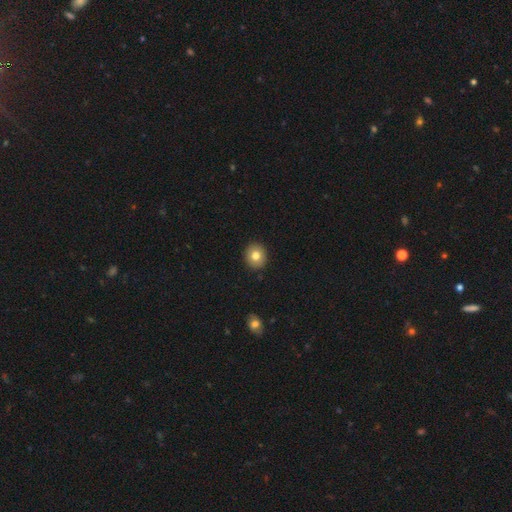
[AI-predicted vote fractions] Smooth or featured: smooth — 79% (featured or disk — 12%)
How rounded: round — 81% (in between — 18%)
Merging: none — 91% (minor disturbance — 6%)